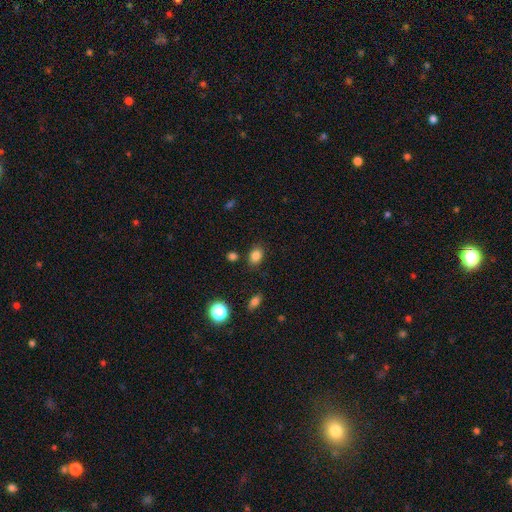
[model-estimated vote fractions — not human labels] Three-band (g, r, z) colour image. It shows a smooth galaxy with no disk features (83%) that is in between round and cigar-shaped (66%). Merging: none (81%).